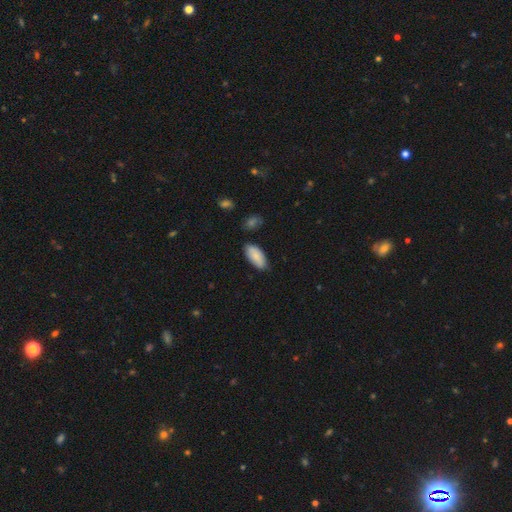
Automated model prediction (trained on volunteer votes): Q: Smooth or featured?
A: smooth (86%); runner-up: featured or disk (8%)
Q: How rounded?
A: in between (91%); runner-up: cigar-shaped (8%)
Q: Merging?
A: none (77%); runner-up: minor disturbance (17%)